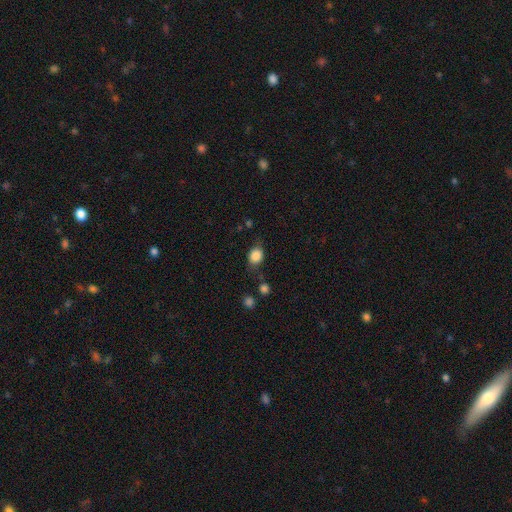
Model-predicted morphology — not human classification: This appears to be a smooth galaxy with no disk features (85%) that is round (50%). Merging: none (68%).